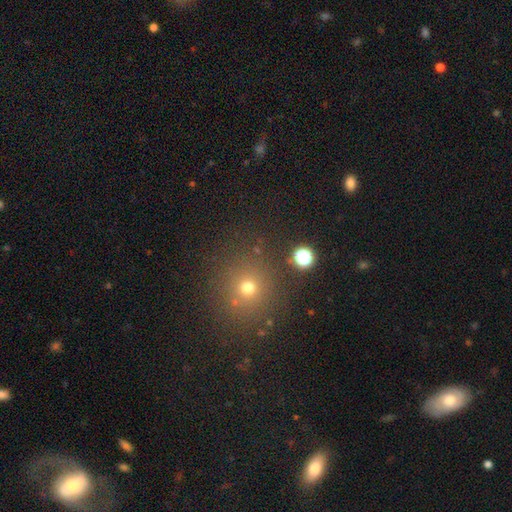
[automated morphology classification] The model was most divided on "smooth or featured": smooth: 52%, star or artifact: 38%, featured or disk: 10%. More confident: how rounded — round (87%); merging — none (85%).